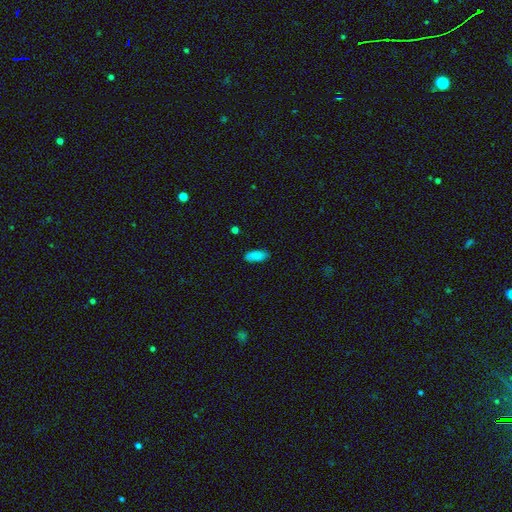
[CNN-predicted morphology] Smooth or featured? smooth (88%)
How rounded? in between (87%)
Merging? none (86%)